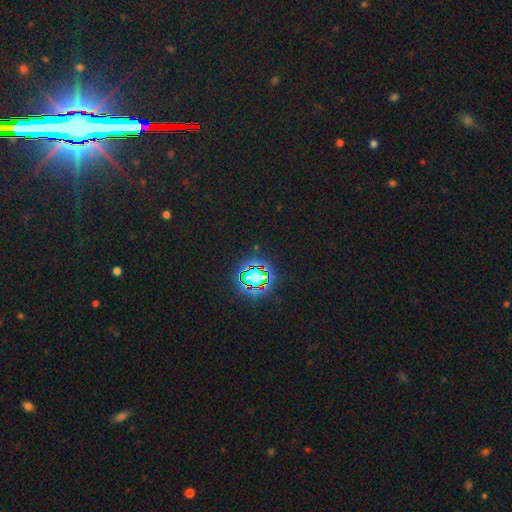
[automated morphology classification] type=star or artifact (83%).